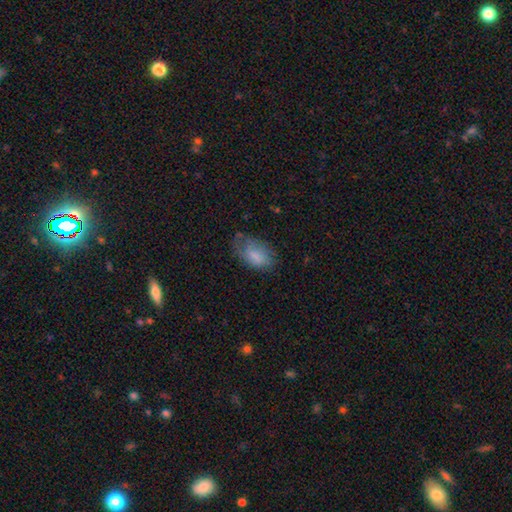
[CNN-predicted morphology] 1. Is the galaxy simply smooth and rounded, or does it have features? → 76% smooth, 16% featured or disk, 8% star or artifact.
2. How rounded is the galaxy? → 92% in between, 6% round, 2% cigar-shaped.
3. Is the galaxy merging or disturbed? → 49% none, 33% minor disturbance, 16% major disturbance, 2% merger.